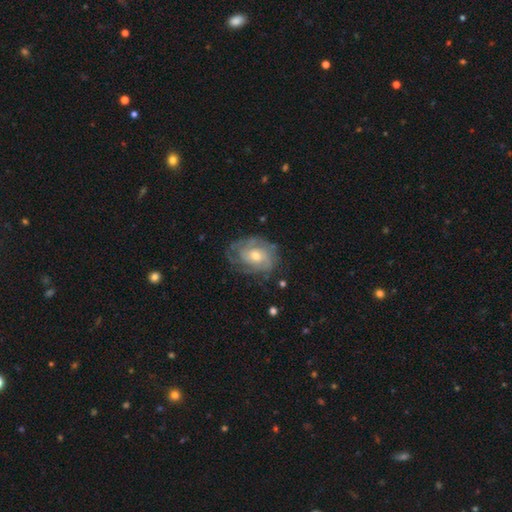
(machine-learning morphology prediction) smooth-or-featured: featured or disk: 78% | smooth: 15% | star or artifact: 7%
  disk-edge-on: no: 97% | yes: 3%
    bar: no: 70% | weak: 25% | strong: 4%
    has-spiral-arms: yes: 89% | no: 11%
      spiral-winding: tight: 63% | medium: 28% | loose: 8%
      spiral-arm-count: can't tell: 43% | 2: 19% | 3: 18% | 4: 9% | 1: 5% | more than 4: 5%
    bulge-size: moderate: 60% | small: 34% | large: 4% | none: 1% | dominant: 1%
  merging: none: 68% | minor disturbance: 21% | major disturbance: 10% | merger: 1%